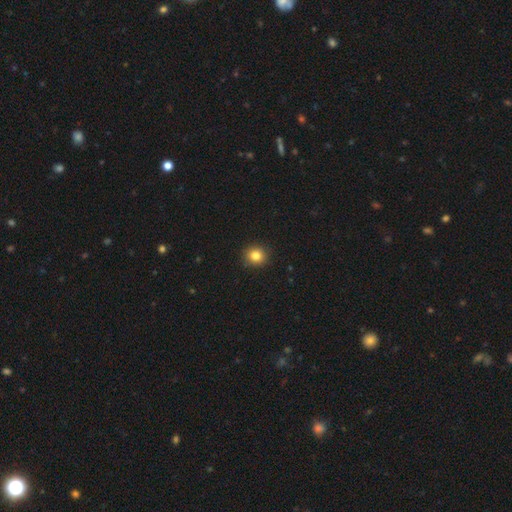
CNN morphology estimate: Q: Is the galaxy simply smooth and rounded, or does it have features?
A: smooth — 84%.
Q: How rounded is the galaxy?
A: round — 87%.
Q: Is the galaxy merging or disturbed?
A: none — 92%.